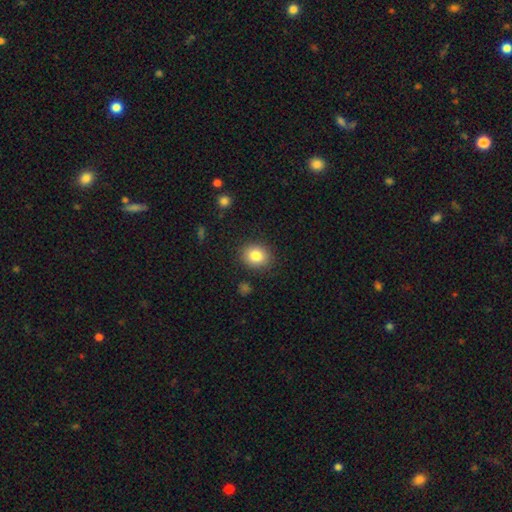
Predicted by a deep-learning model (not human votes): smooth-or-featured: smooth: 83% | star or artifact: 9% | featured or disk: 8%
  how-rounded: round: 62% | in between: 37% | cigar-shaped: 1%
  merging: none: 87% | minor disturbance: 9% | major disturbance: 3% | merger: 1%